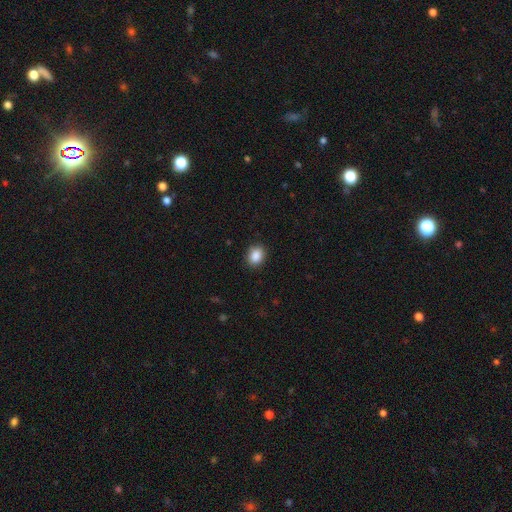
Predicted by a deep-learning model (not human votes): This appears to be a smooth galaxy with no disk features (88%) that is in between round and cigar-shaped (56%). Merging: none (88%).